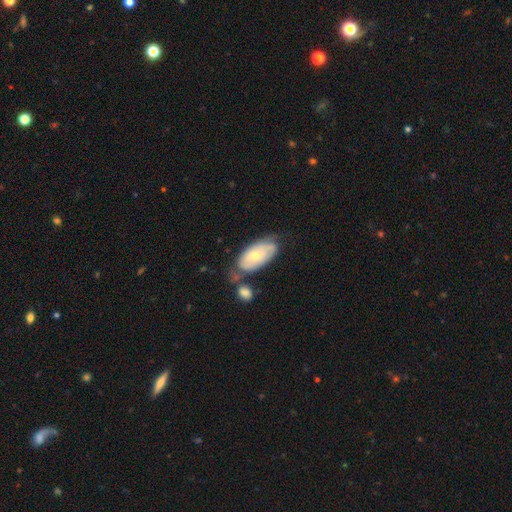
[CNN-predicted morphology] Overall: featured or disk (48%; smooth 47%). Merging: none (43%; minor disturbance 26%).